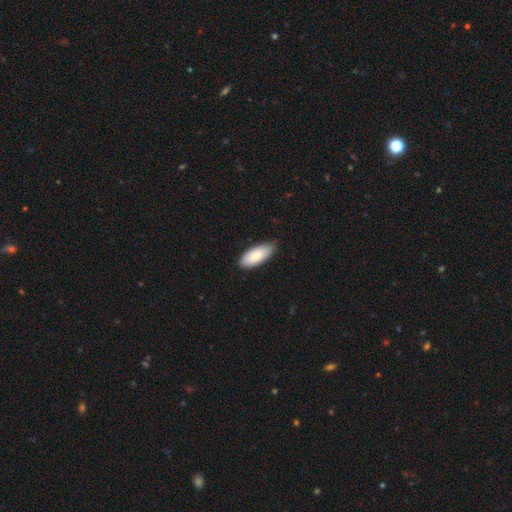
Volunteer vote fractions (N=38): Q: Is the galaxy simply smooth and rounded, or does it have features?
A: smooth — 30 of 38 (79%).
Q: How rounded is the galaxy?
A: in between — 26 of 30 (87%).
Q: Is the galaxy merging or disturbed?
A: none — 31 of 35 (89%).